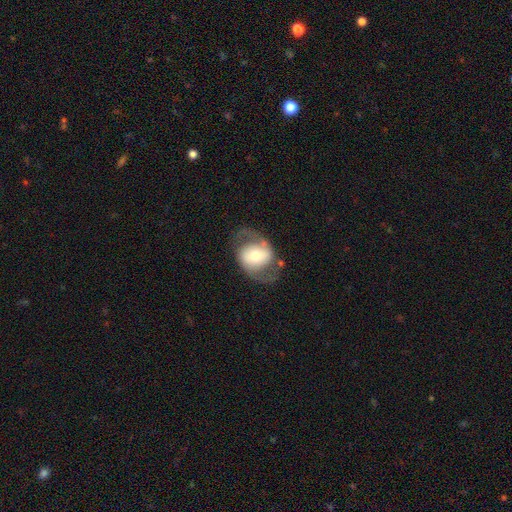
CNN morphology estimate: featured or disk 71%, smooth 23%, star or artifact 6%. Down the decision tree: edge-on disk — no (96%); bar — no (49%); spiral arms — yes (81%); spiral arm count — 2 (89%); spiral winding — medium (49%); bulge size — moderate (54%); merging — none (68%).